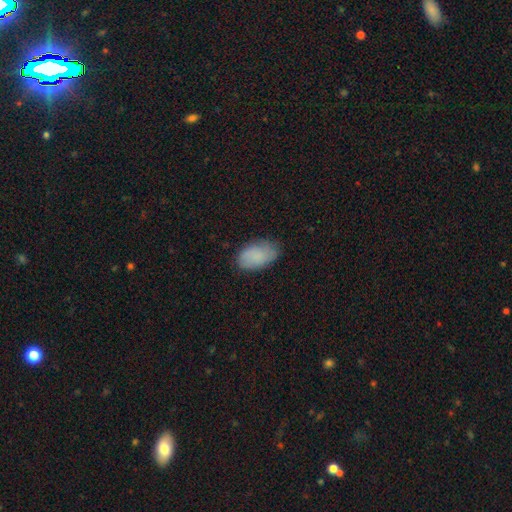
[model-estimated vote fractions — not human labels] Smooth or featured?
  - smooth: 84% *
  - featured or disk: 9%
  - star or artifact: 7%
How rounded?
  - in between: 94% *
  - round: 5%
  - cigar-shaped: 2%
Merging?
  - none: 76% *
  - minor disturbance: 19%
  - major disturbance: 4%
  - merger: 1%